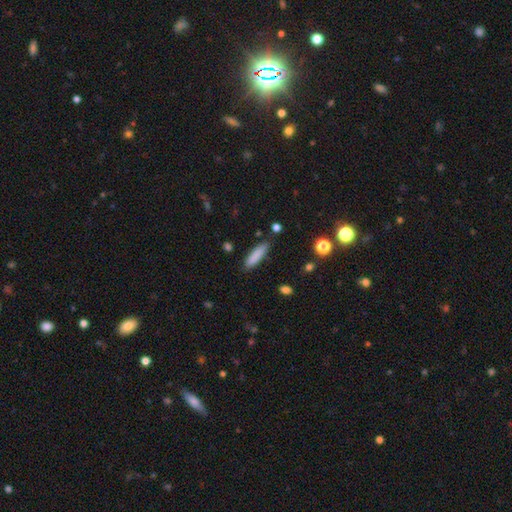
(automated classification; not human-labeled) smooth-or-featured: smooth: 85% | featured or disk: 8% | star or artifact: 7%
  how-rounded: cigar-shaped: 72% | in between: 27% | round: 1%
  merging: none: 84% | minor disturbance: 12% | major disturbance: 3% | merger: 2%